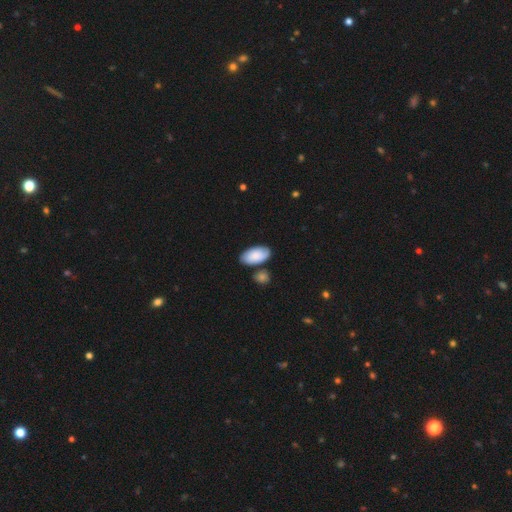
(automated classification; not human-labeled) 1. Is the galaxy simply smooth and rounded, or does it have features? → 80% smooth, 14% featured or disk, 6% star or artifact.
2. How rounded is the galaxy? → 95% in between, 3% round, 2% cigar-shaped.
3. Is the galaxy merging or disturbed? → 70% none, 16% minor disturbance, 11% merger, 4% major disturbance.